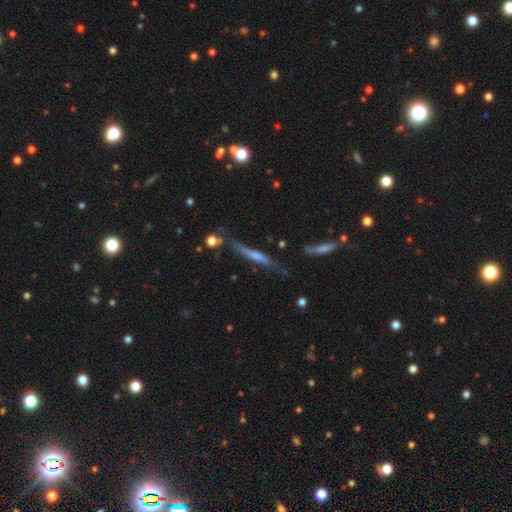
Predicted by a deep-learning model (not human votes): Smooth or featured?
  - featured or disk: 61% *
  - smooth: 31%
  - star or artifact: 9%
Edge-on disk?
  - yes: 88% *
  - no: 12%
Edge-on bulge?
  - none: 47% *
  - rounded: 33%
  - boxy: 20%
Merging?
  - none: 61% *
  - minor disturbance: 23%
  - major disturbance: 9%
  - merger: 7%